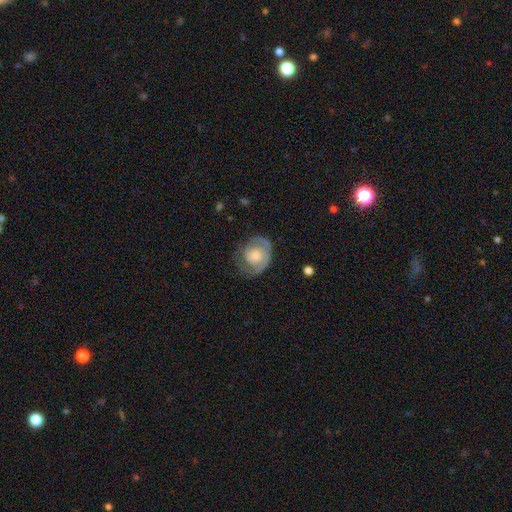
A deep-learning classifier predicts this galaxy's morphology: type=featured or disk (75%); edge-on=no (98%); bar=no (77%); spiral arms=yes (91%); winding=tight (62%); arm count=1 (41%); bulge=moderate (38%); merging=none (66%).